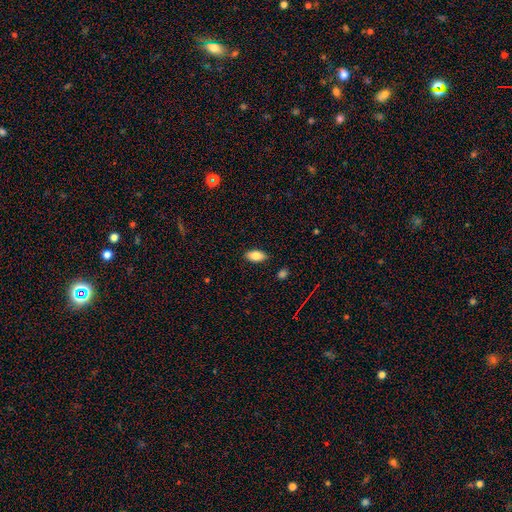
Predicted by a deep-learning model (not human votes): This is clearly a smooth galaxy (81%). How rounded: clearly in between (90%). Merging: clearly none (87%).